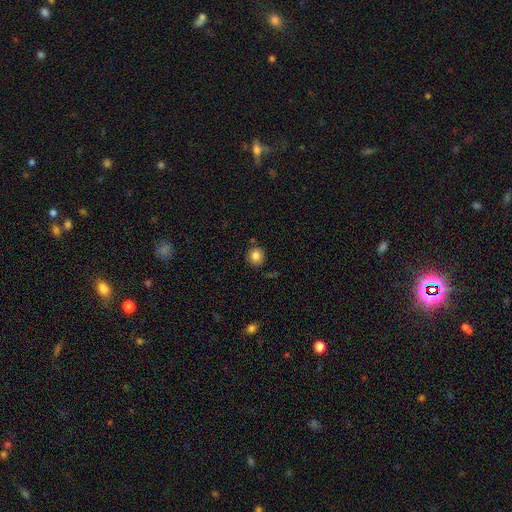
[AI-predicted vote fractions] The model was most divided on "merging": none: 83%, minor disturbance: 11%, merger: 4%, major disturbance: 3%. More confident: how rounded — round (87%); smooth or featured — smooth (83%).